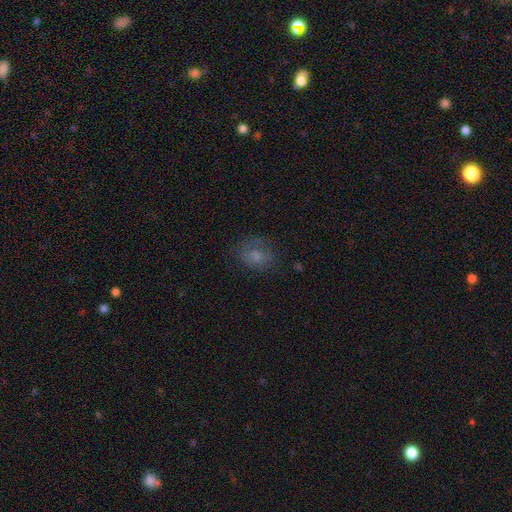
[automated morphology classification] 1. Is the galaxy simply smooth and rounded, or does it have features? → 65% smooth, 21% featured or disk, 15% star or artifact.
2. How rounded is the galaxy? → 54% in between, 44% round, 1% cigar-shaped.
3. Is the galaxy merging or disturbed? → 62% none, 23% minor disturbance, 14% major disturbance, 2% merger.